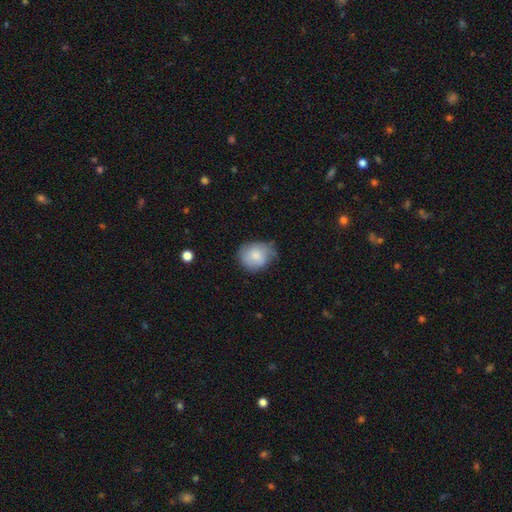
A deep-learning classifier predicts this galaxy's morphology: This is likely a smooth galaxy (73%). How rounded: possibly round (58%). Merging: possibly none (45%).